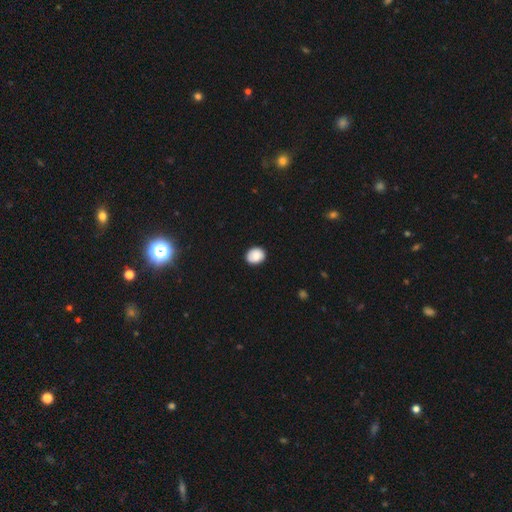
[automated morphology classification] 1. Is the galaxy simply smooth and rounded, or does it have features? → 83% smooth, 9% featured or disk, 8% star or artifact.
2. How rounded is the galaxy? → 57% round, 42% in between, 1% cigar-shaped.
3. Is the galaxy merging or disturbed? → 85% none, 11% minor disturbance, 2% major disturbance, 1% merger.